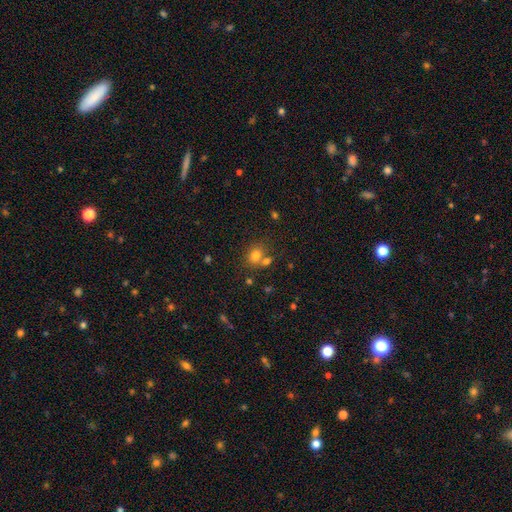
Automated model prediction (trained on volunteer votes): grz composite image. It shows a smooth galaxy with no disk features (77%) that is round (50%). Merging: none (53%).